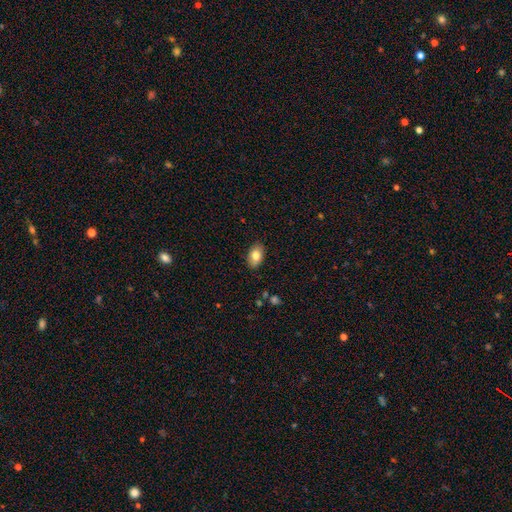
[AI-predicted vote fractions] smooth_or_featured: smooth (p=0.79) [alt: featured or disk p=0.13]
how_rounded: in between (p=0.89) [alt: round p=0.10]
merging: none (p=0.87) [alt: minor disturbance p=0.10]